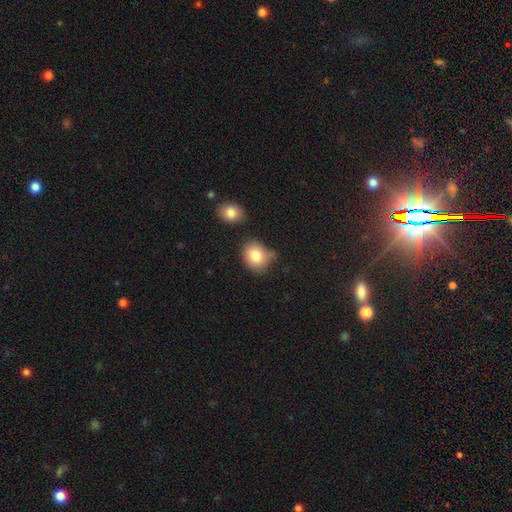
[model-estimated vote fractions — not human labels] smooth 81%, featured or disk 10%, star or artifact 9%. Down the decision tree: how rounded — round (67%); merging — none (63%).